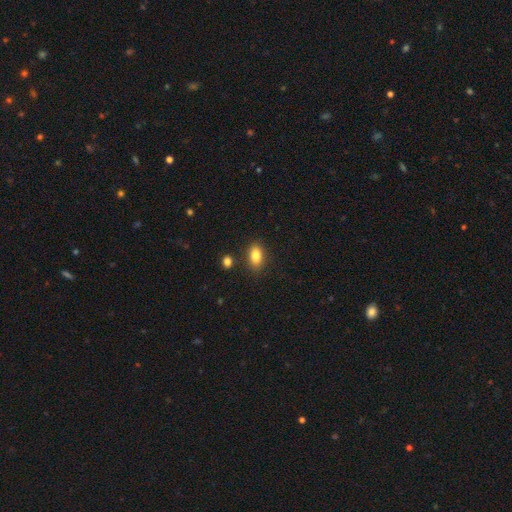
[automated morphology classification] smooth-or-featured: smooth: 85% | star or artifact: 8% | featured or disk: 7%
  how-rounded: in between: 88% | round: 10% | cigar-shaped: 3%
  merging: none: 84% | minor disturbance: 10% | merger: 4% | major disturbance: 2%